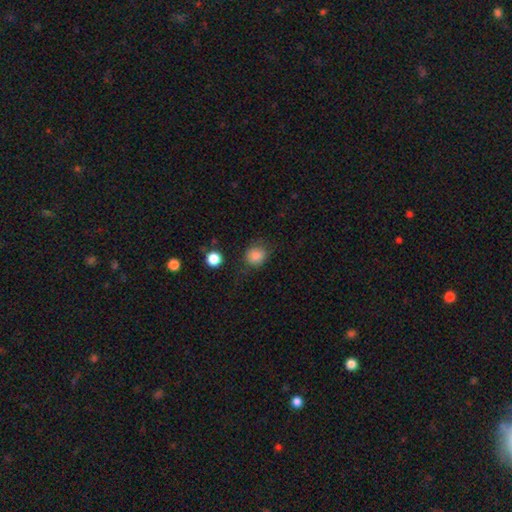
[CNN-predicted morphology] A smooth galaxy with no disk features (84%) that is round (78%).

Vote fractions:
- Smooth or featured? smooth: 84% / star or artifact: 11% / featured or disk: 5%
- How rounded? round: 78% / in between: 21% / cigar-shaped: 1%
- Merging? none: 74% / minor disturbance: 17% / major disturbance: 6% / merger: 3%